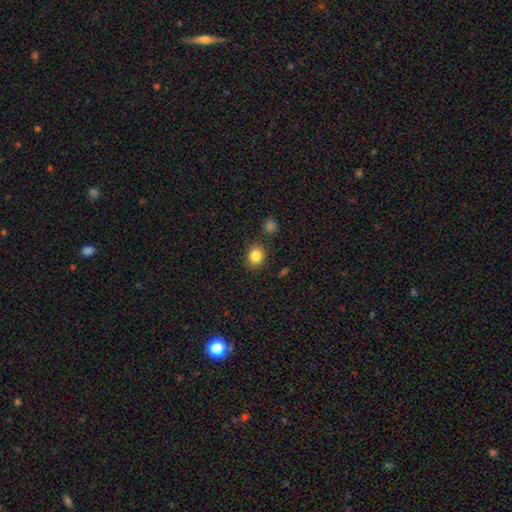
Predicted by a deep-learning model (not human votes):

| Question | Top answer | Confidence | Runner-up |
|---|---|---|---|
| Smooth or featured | smooth | 85% | star or artifact (10%) |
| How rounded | round | 66% | in between (33%) |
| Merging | none | 85% | minor disturbance (9%) |